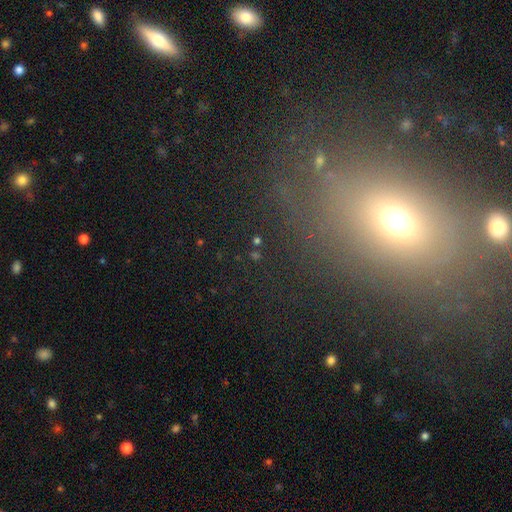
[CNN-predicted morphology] type=star or artifact (57%).